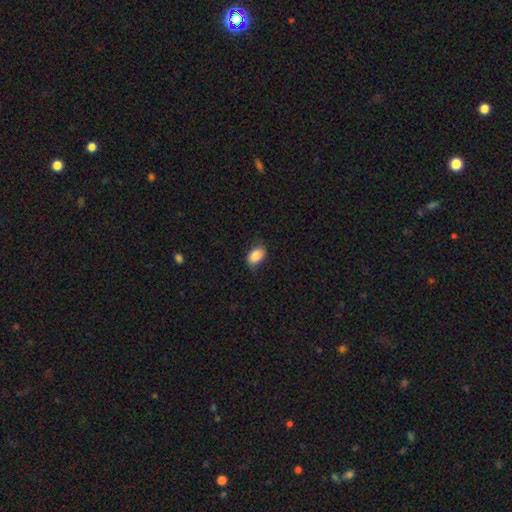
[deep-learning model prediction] A smooth galaxy with no disk features (87%) that is in between round and cigar-shaped (85%). Merging: none (78%).